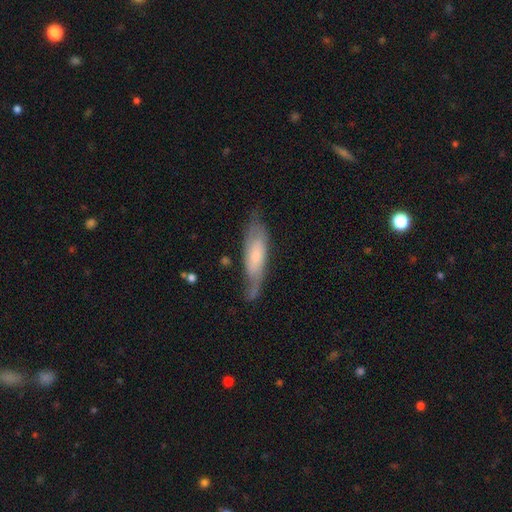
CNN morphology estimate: This appears to be a featured or disk galaxy (52%). Merging: none (56%).